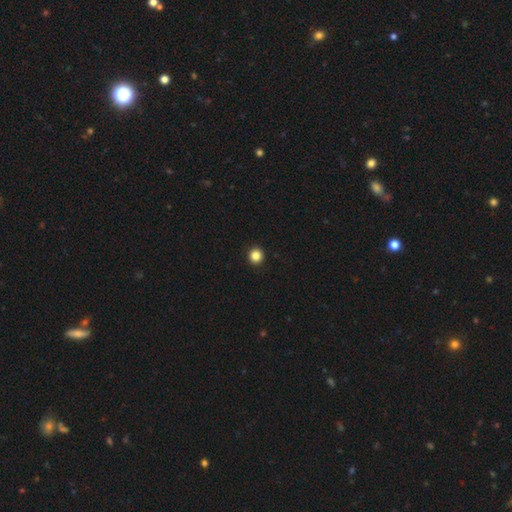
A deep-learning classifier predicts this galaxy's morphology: This is clearly a smooth galaxy (86%). How rounded: clearly round (95%). Merging: clearly none (94%).